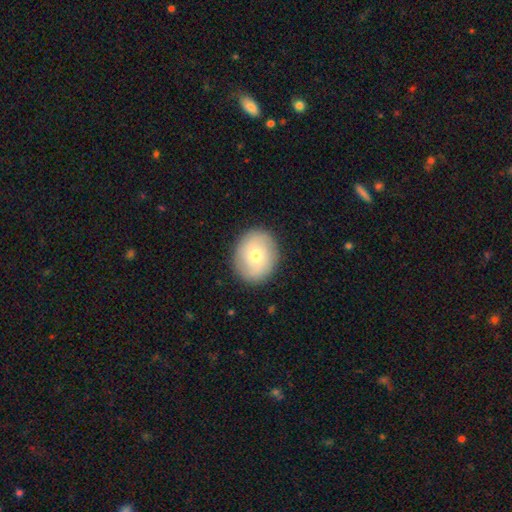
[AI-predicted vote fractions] Q: Smooth or featured?
A: smooth (61%); runner-up: featured or disk (32%)
Q: How rounded?
A: round (64%); runner-up: in between (35%)
Q: Merging?
A: none (88%); runner-up: minor disturbance (8%)